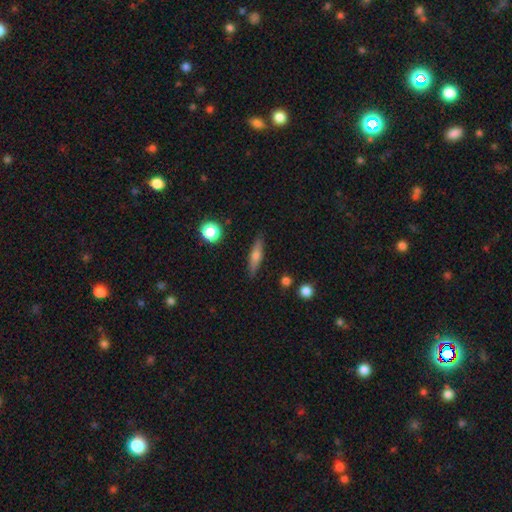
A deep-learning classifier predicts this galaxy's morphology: type=smooth (56%); roundness=cigar-shaped (70%); merging=none (86%).